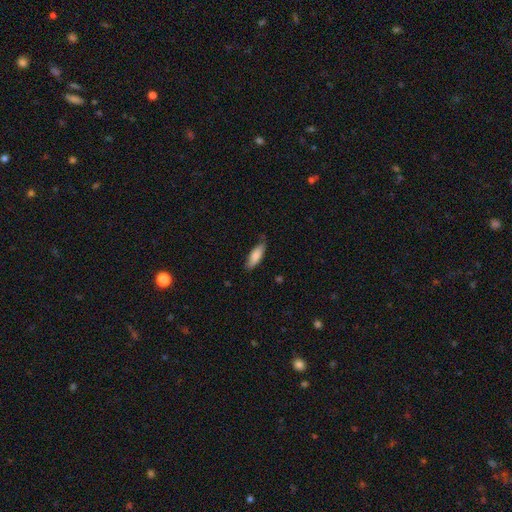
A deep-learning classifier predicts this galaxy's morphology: Smooth or featured? Predicted: smooth (p=0.84). How rounded? Predicted: in between (p=0.65). Merging? Predicted: none (p=0.71).